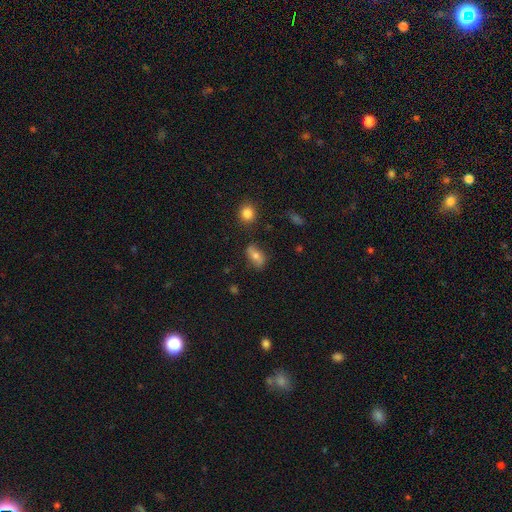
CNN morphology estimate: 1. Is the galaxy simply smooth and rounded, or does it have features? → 67% smooth, 24% featured or disk, 9% star or artifact.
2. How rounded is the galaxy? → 84% in between, 10% round, 6% cigar-shaped.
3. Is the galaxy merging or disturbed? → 77% none, 16% minor disturbance, 4% major disturbance, 3% merger.